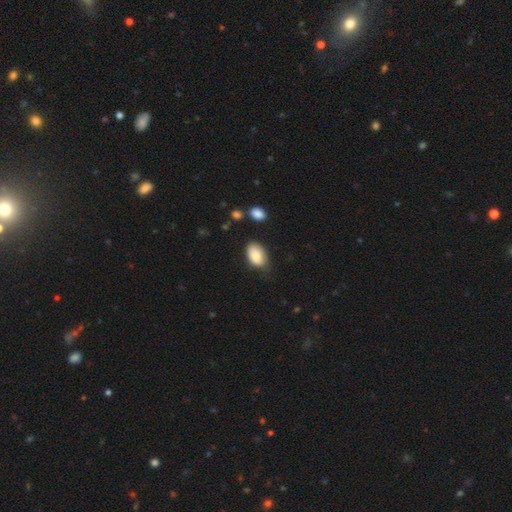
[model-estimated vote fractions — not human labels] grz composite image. It shows a smooth galaxy with no disk features (86%) that is in between round and cigar-shaped (90%). Merging: none (67%).